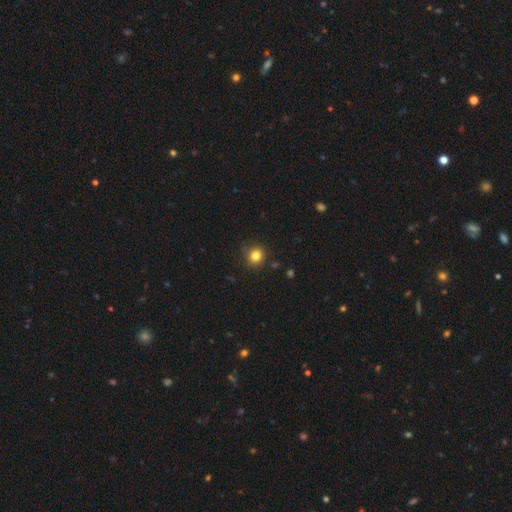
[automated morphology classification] A smooth galaxy with no disk features (82%) that is round (91%).

Vote fractions:
- Smooth or featured? smooth: 82% / star or artifact: 13% / featured or disk: 5%
- How rounded? round: 91% / in between: 8% / cigar-shaped: 1%
- Merging? none: 86% / minor disturbance: 10% / major disturbance: 2% / merger: 2%